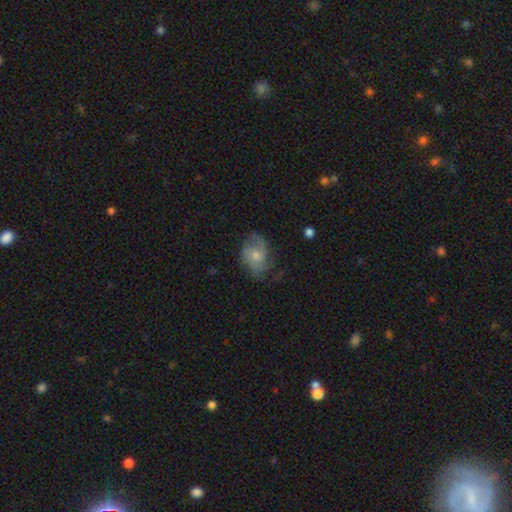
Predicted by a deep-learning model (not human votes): Q: Smooth or featured?
A: featured or disk (58%); runner-up: smooth (35%)
Q: Edge-on disk?
A: no (97%); runner-up: yes (3%)
Q: Bar?
A: no (73%); runner-up: weak (24%)
Q: Spiral arms?
A: yes (81%); runner-up: no (19%)
Q: Bulge size?
A: moderate (48%); runner-up: small (41%)
Q: Merging?
A: none (56%); runner-up: minor disturbance (27%)